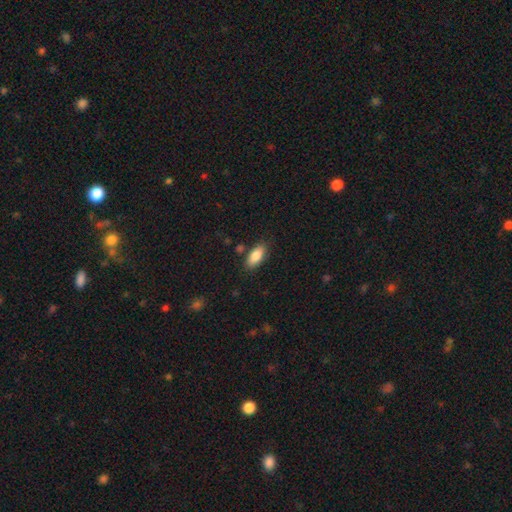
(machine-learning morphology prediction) Q: Smooth or featured?
A: smooth (86%); runner-up: featured or disk (8%)
Q: How rounded?
A: in between (87%); runner-up: cigar-shaped (10%)
Q: Merging?
A: none (83%); runner-up: minor disturbance (12%)